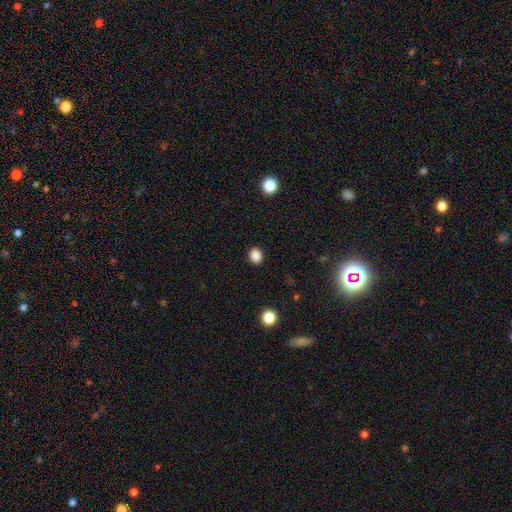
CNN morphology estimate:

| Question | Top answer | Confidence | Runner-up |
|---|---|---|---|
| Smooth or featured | smooth | 86% | star or artifact (11%) |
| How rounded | round | 63% | in between (36%) |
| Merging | none | 90% | minor disturbance (7%) |